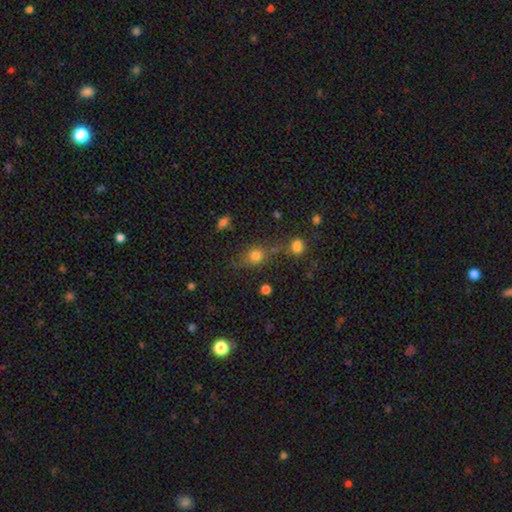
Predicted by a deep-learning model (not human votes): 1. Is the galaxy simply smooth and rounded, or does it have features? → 73% smooth, 16% star or artifact, 11% featured or disk.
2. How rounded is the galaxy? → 61% round, 36% in between, 3% cigar-shaped.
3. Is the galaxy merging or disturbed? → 62% none, 16% minor disturbance, 14% merger, 8% major disturbance.